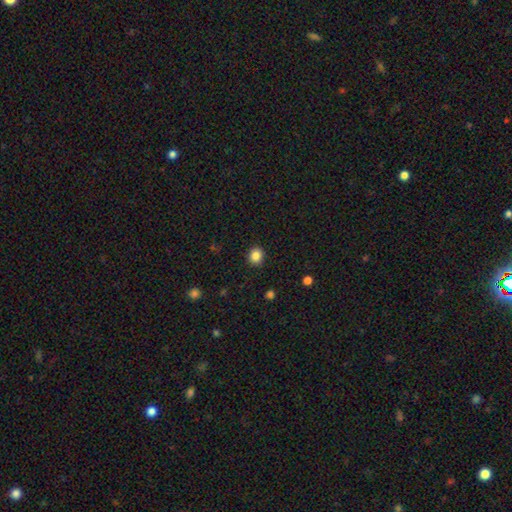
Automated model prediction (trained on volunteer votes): A smooth galaxy with no disk features (85%) that is round (82%).

Vote fractions:
- Smooth or featured? smooth: 85% / star or artifact: 11% / featured or disk: 4%
- How rounded? round: 82% / in between: 17% / cigar-shaped: 1%
- Merging? none: 91% / minor disturbance: 6% / major disturbance: 2% / merger: 1%